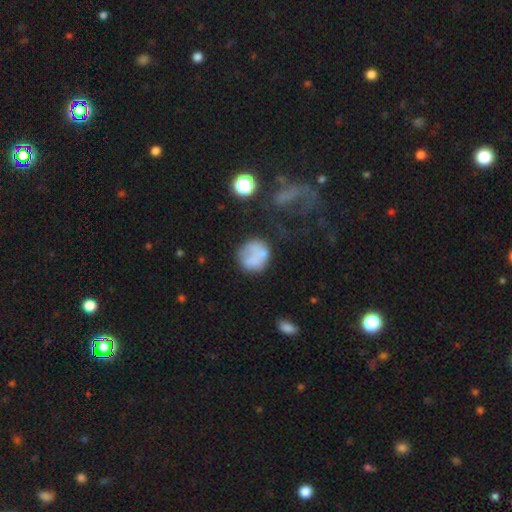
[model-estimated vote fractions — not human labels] Q: Smooth or featured?
A: smooth (65%); runner-up: featured or disk (25%)
Q: How rounded?
A: round (85%); runner-up: in between (14%)
Q: Merging?
A: none (51%); runner-up: minor disturbance (22%)